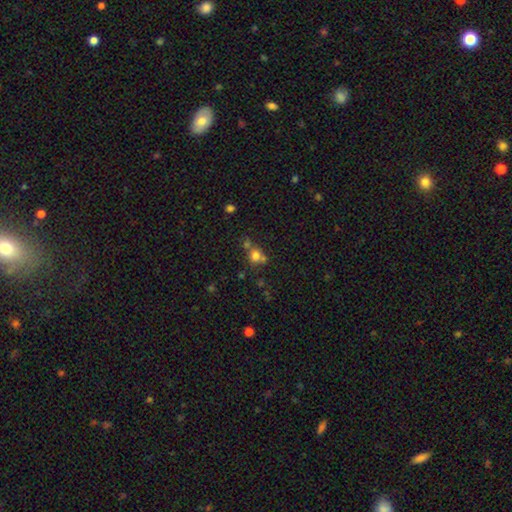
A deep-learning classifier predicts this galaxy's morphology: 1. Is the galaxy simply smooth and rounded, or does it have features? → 74% smooth, 16% star or artifact, 10% featured or disk.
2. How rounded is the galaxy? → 79% round, 20% in between, 1% cigar-shaped.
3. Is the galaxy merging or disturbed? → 50% none, 33% merger, 11% minor disturbance, 5% major disturbance.